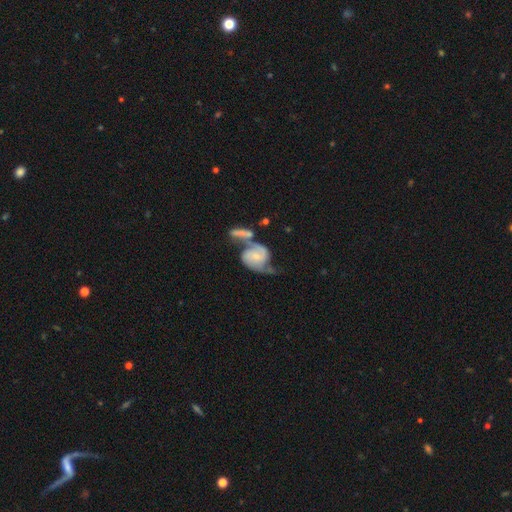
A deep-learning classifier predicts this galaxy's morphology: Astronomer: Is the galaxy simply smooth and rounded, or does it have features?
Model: featured or disk — 78%.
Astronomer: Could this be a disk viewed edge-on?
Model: no — 97%.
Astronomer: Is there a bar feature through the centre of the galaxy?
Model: no — 58%.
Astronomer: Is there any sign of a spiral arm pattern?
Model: yes — 93%.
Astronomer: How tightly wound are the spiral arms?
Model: medium — 42% (runner-up: loose, 40%).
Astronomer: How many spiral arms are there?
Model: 2 — 87%.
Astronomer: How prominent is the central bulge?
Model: small — 60%.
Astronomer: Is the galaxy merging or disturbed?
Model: merger — 41% (runner-up: none, 29%).